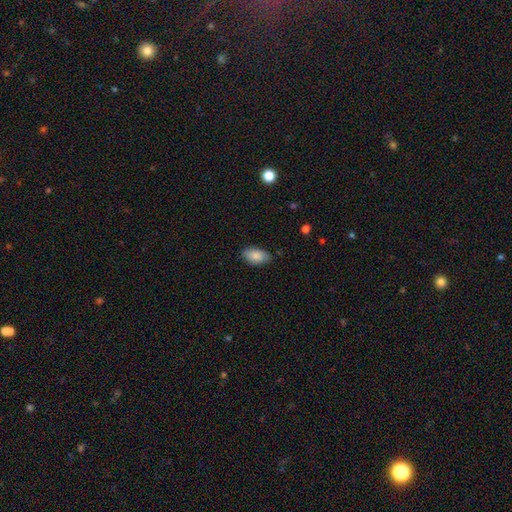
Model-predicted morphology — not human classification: A smooth galaxy with no disk features (87%) that is in between round and cigar-shaped (94%). Merging: none (81%).